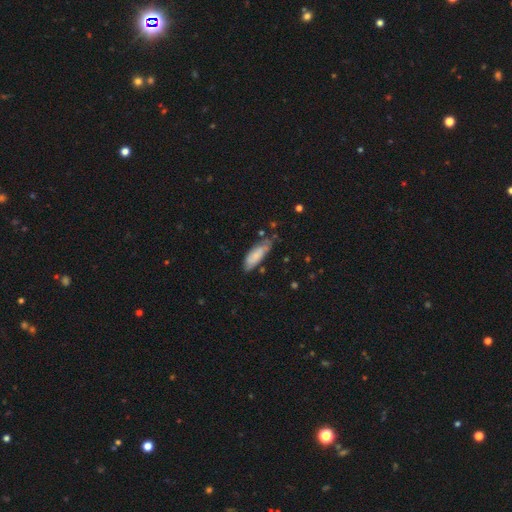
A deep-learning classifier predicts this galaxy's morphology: A smooth galaxy with no disk features (72%) that is in between round and cigar-shaped (66%). Merging: none (61%).